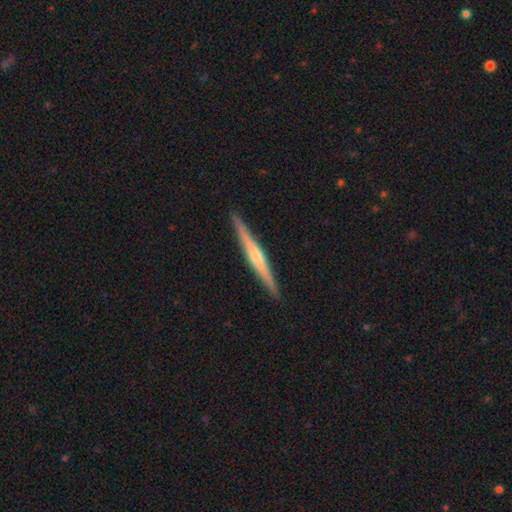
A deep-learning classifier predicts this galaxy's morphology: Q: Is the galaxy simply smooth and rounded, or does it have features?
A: featured or disk — 75%.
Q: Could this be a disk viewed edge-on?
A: yes — 98%.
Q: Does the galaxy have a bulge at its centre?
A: rounded — 73%.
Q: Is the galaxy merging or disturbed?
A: none — 92%.